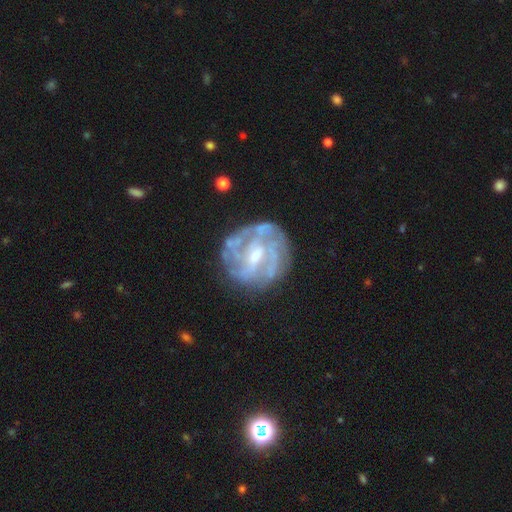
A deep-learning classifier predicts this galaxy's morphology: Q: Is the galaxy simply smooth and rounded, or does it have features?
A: featured or disk — 81%.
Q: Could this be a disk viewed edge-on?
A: no — 97%.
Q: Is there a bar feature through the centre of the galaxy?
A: weak — 52%.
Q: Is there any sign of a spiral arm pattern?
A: yes — 77%.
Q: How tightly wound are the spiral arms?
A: tight — 55%.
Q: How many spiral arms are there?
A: can't tell — 46%.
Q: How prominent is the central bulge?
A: small — 52%.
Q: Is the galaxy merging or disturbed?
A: none — 72%.